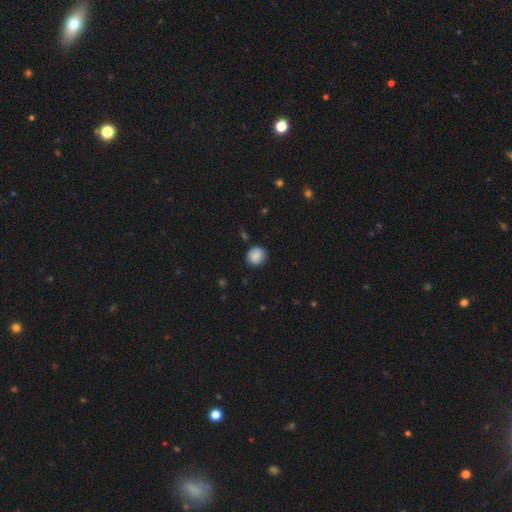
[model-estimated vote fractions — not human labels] This is clearly a smooth galaxy (88%). How rounded: clearly round (84%). Merging: clearly none (85%).